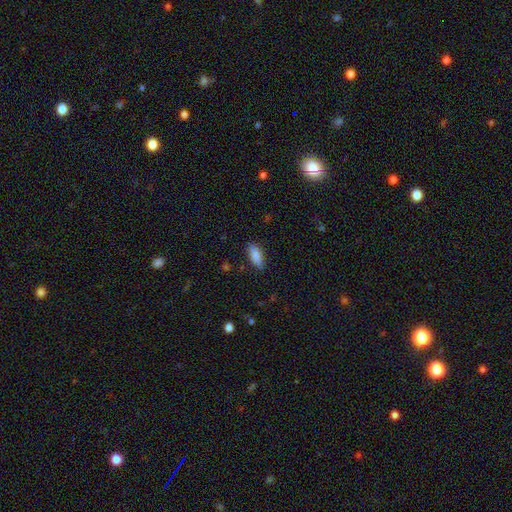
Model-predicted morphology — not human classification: Smooth or featured: smooth — 84% (featured or disk — 9%)
How rounded: in between — 70% (cigar-shaped — 28%)
Merging: none — 83% (minor disturbance — 13%)